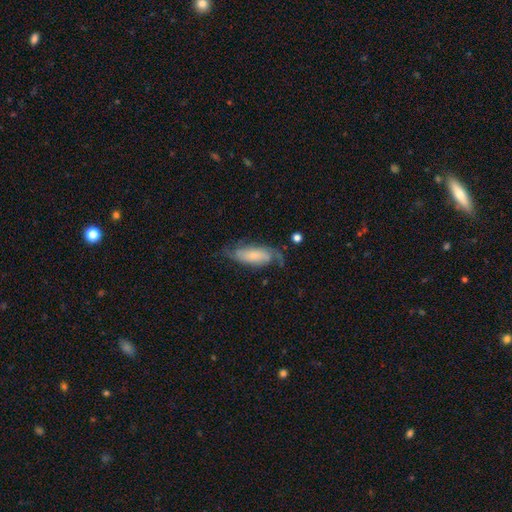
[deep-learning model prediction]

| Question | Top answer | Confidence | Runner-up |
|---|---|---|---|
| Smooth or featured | featured or disk | 54% | smooth (39%) |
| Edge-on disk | no | 87% | yes (13%) |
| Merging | none | 58% | minor disturbance (25%) |